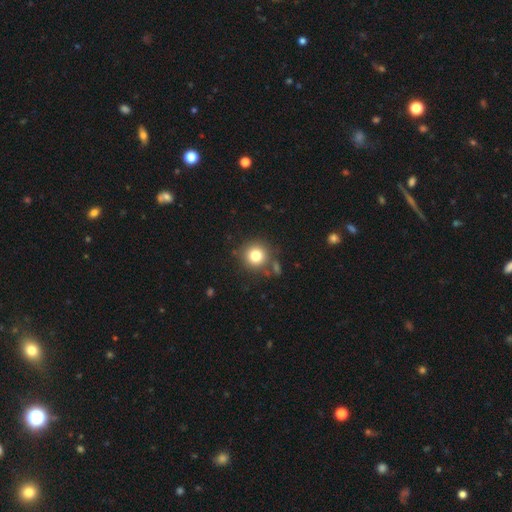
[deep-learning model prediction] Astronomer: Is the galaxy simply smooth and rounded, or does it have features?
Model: smooth — 79%.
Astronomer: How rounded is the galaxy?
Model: round — 93%.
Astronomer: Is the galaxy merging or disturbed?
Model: none — 80%.